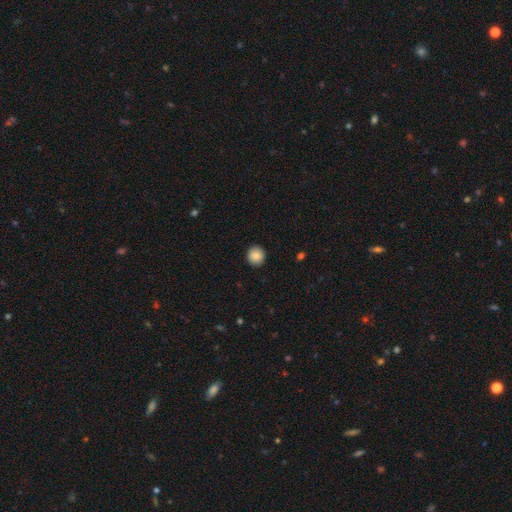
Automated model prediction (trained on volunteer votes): smooth_or_featured: smooth (p=0.86) [alt: star or artifact p=0.08]
how_rounded: round (p=0.92) [alt: in between p=0.07]
merging: none (p=0.92) [alt: minor disturbance p=0.05]